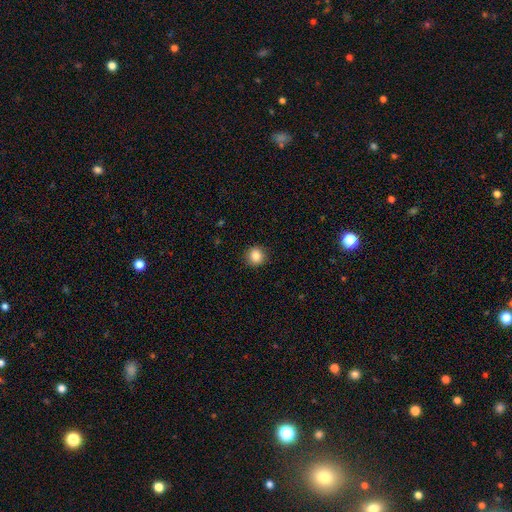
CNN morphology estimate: This is clearly a smooth galaxy (85%). How rounded: clearly round (89%). Merging: clearly none (90%).